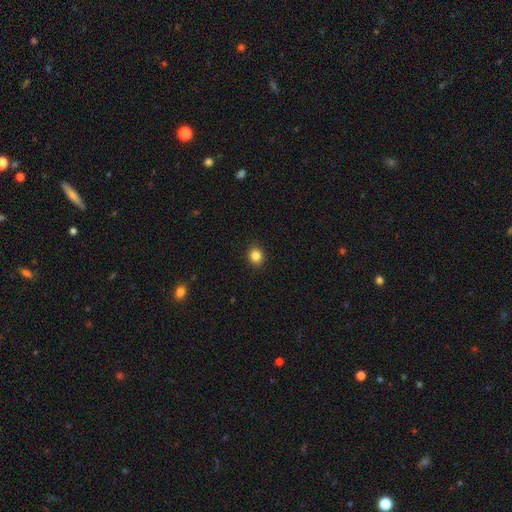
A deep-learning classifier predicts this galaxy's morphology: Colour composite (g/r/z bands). It shows a smooth galaxy with no disk features (85%) that is round (80%). Merging: none (92%).